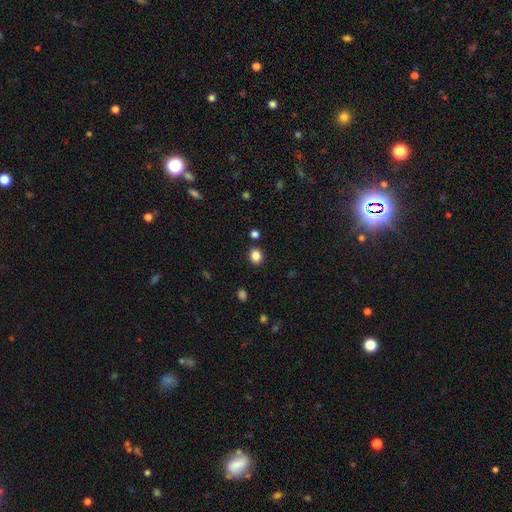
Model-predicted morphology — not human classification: Smooth or featured? Predicted: smooth (p=0.85). How rounded? Predicted: round (p=0.64). Merging? Predicted: none (p=0.87).